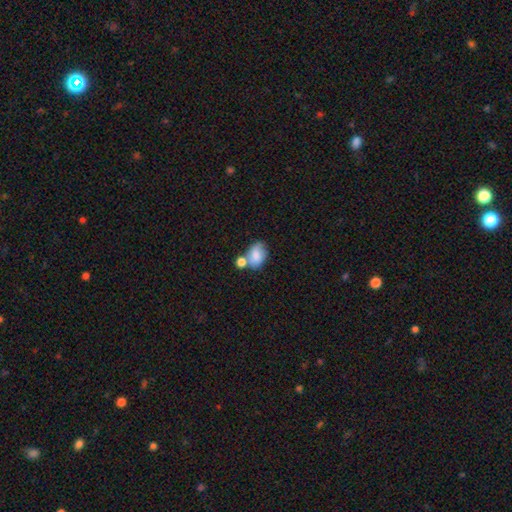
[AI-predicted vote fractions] Smooth or featured? smooth (76%)
How rounded? in between (79%)
Merging? merger (41%)